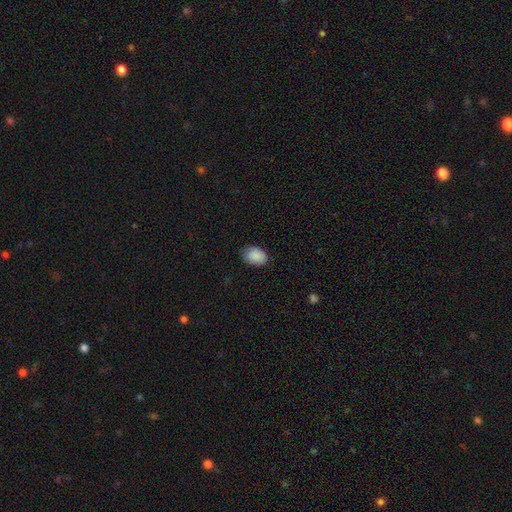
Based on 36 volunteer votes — Q: Smooth or featured?
A: smooth (94%); runner-up: featured or disk (3%)
Q: How rounded?
A: in between (82%); runner-up: round (18%)
Q: Merging?
A: none (71%); runner-up: minor disturbance (23%)